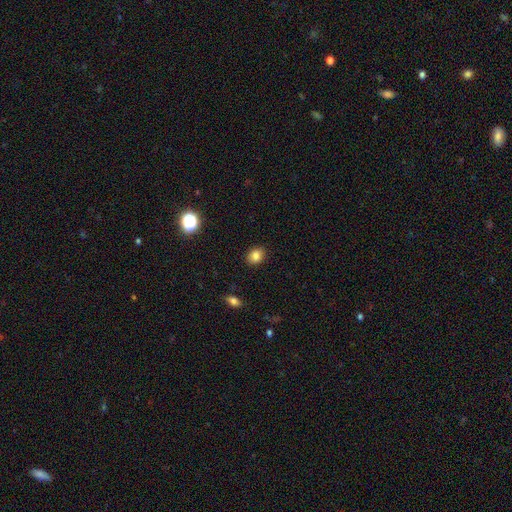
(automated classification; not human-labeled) Smooth or featured?
  - smooth: 82% *
  - star or artifact: 12%
  - featured or disk: 6%
How rounded?
  - round: 55% *
  - in between: 44%
  - cigar-shaped: 1%
Merging?
  - none: 89% *
  - minor disturbance: 8%
  - major disturbance: 2%
  - merger: 1%